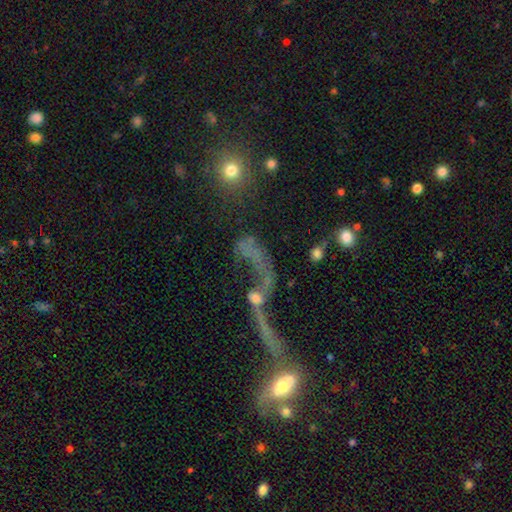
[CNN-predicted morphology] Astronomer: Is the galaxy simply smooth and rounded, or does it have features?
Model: featured or disk — 52% (runner-up: smooth, 29%).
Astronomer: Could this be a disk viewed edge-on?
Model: no — 86%.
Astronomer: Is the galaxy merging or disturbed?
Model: merger — 35% (runner-up: major disturbance, 31%).